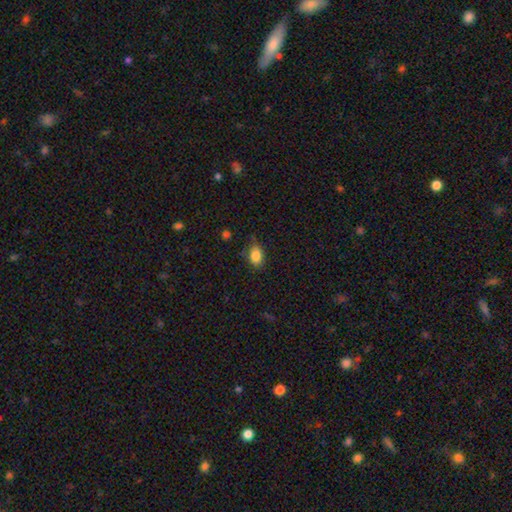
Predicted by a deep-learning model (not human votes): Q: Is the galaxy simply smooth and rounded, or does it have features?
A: smooth — 84%.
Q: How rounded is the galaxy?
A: in between — 80%.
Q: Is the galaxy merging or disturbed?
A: none — 73%.